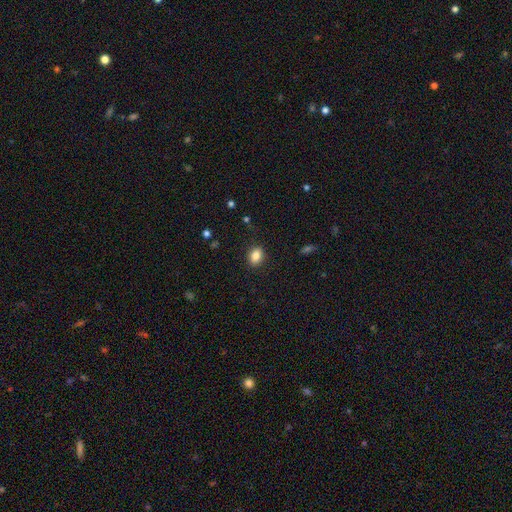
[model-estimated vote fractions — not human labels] smooth_or_featured: smooth (p=0.85) [alt: star or artifact p=0.09]
how_rounded: in between (p=0.71) [alt: round p=0.27]
merging: none (p=0.87) [alt: minor disturbance p=0.10]